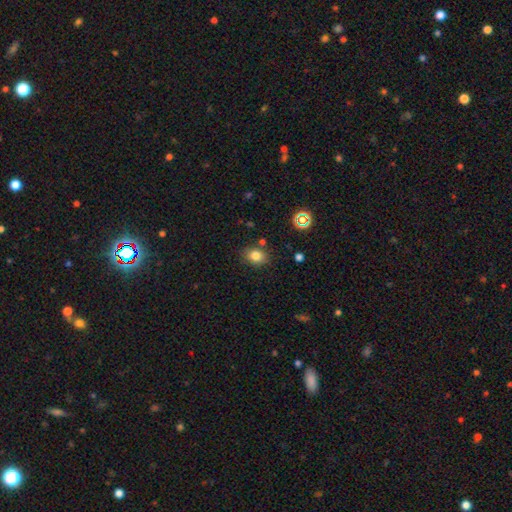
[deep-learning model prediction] smooth_or_featured: smooth (p=0.79) [alt: star or artifact p=0.13]
how_rounded: in between (p=0.56) [alt: round p=0.43]
merging: none (p=0.79) [alt: minor disturbance p=0.13]